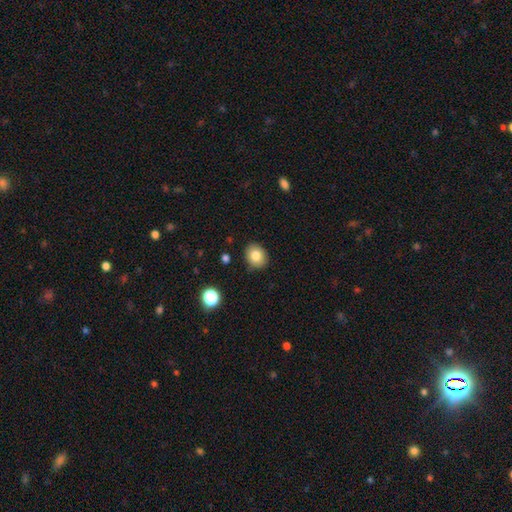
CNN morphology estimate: smooth_or_featured: smooth (p=0.82) [alt: star or artifact p=0.10]
how_rounded: round (p=0.63) [alt: in between p=0.36]
merging: none (p=0.87) [alt: minor disturbance p=0.10]